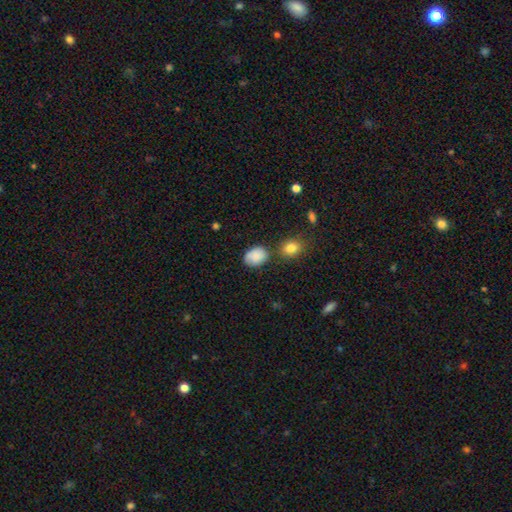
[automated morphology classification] This appears to be a smooth galaxy with no disk features (83%) that is in between round and cigar-shaped (74%). Merging: none (67%).